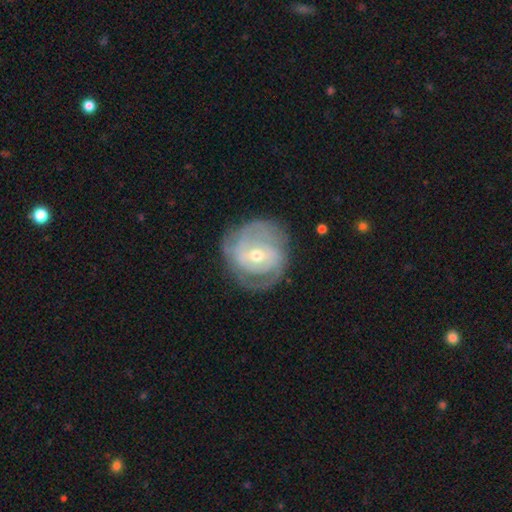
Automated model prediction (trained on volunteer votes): A featured or disk galaxy (79%) with a weak bar (43%), 2 (42%) tight (57%) spiral arms (89%) and a moderate central bulge (50%).

Vote fractions:
- Smooth or featured? featured or disk: 79% / smooth: 15% / star or artifact: 6%
- Edge-on disk? no: 97% / yes: 3%
- Bar? weak: 43% / no: 39% / strong: 17%
- Spiral arms? yes: 89% / no: 11%
- Spiral winding? tight: 57% / medium: 32% / loose: 10%
- Spiral arm count? 2: 42% / can't tell: 30% / 3: 15% / 1: 5% / 4: 4% / more than 4: 3%
- Bulge size? moderate: 50% / small: 46% / large: 2% / none: 1% / dominant: 1%
- Merging? none: 71% / minor disturbance: 19% / major disturbance: 9% / merger: 1%